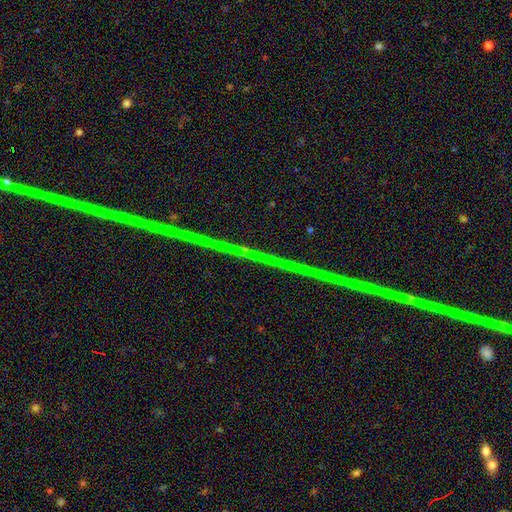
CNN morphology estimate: Smooth or featured? Predicted: star or artifact (p=0.72).